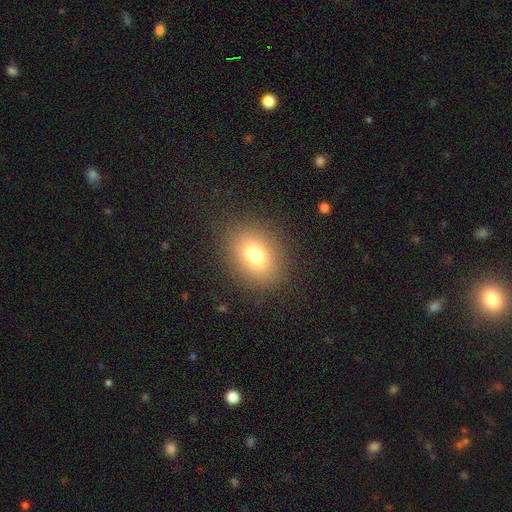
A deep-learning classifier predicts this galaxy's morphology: Smooth or featured?
  - smooth: 69% *
  - featured or disk: 17%
  - star or artifact: 13%
How rounded?
  - in between: 55% *
  - round: 44%
  - cigar-shaped: 1%
Merging?
  - none: 68% *
  - merger: 14%
  - minor disturbance: 13%
  - major disturbance: 5%